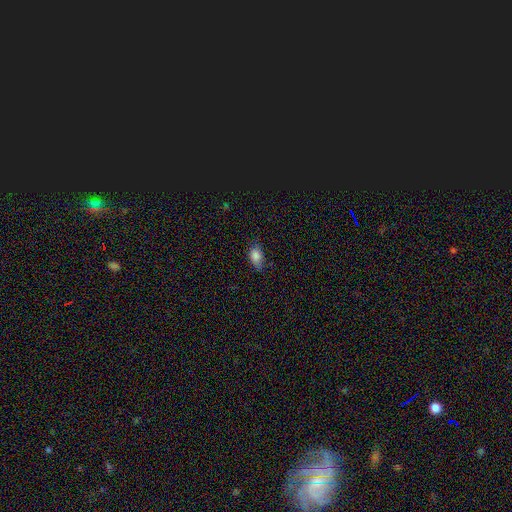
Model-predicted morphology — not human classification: Overall: smooth (85%). How rounded: in between (86%). Merging: none (64%; minor disturbance 29%).